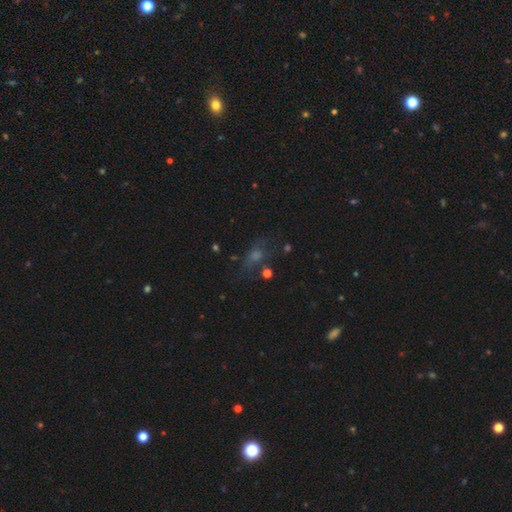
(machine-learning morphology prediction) smooth-or-featured: star or artifact: 39% | smooth: 38% | featured or disk: 23%